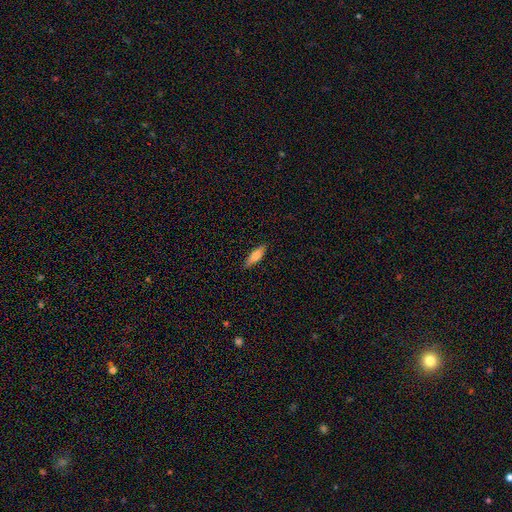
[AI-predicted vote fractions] This appears to be a smooth galaxy with no disk features (76%) that is cigar-shaped (50%). Merging: none (87%).